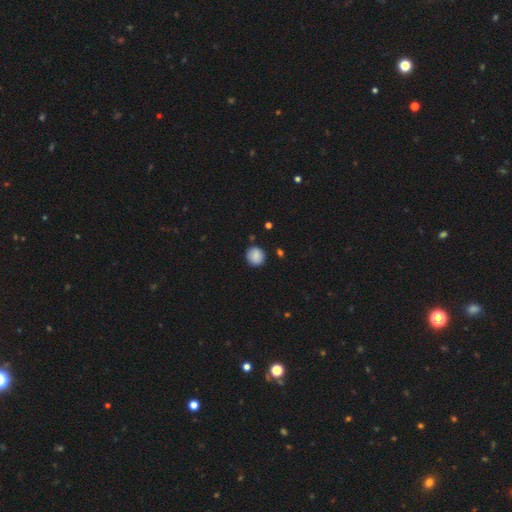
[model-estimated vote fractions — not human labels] Morphology: type=smooth (85%); roundness=round (90%); merging=none (86%).